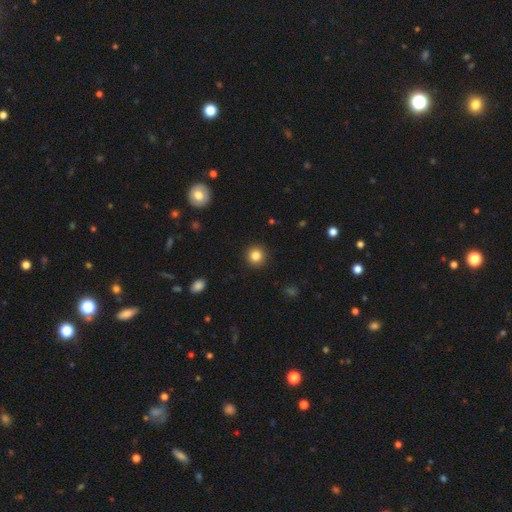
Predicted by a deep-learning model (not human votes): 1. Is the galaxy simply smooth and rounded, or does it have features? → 84% smooth, 11% star or artifact, 5% featured or disk.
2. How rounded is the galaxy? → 94% round, 5% in between, 1% cigar-shaped.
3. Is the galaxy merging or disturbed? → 92% none, 5% minor disturbance, 2% major disturbance, 1% merger.